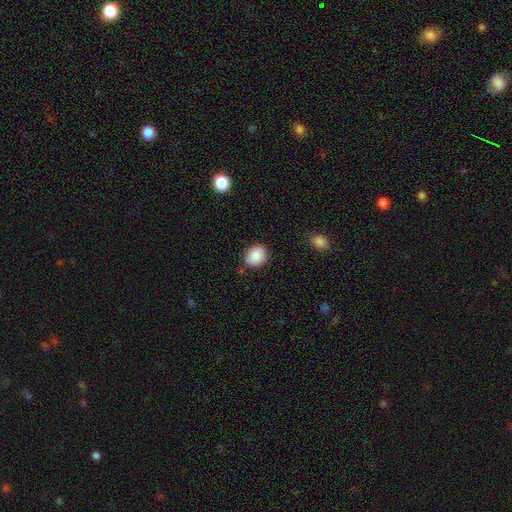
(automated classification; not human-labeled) smooth 87%, star or artifact 8%, featured or disk 5%. Down the decision tree: how rounded — round (51%); merging — none (83%).